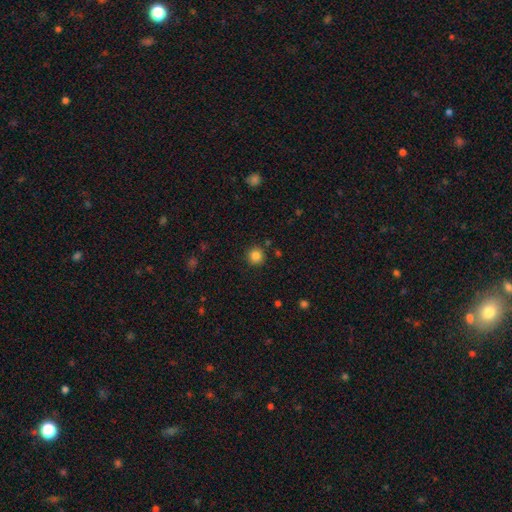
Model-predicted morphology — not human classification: smooth_or_featured: smooth (p=0.84) [alt: star or artifact p=0.11]
how_rounded: round (p=0.94) [alt: in between p=0.05]
merging: none (p=0.89) [alt: minor disturbance p=0.06]